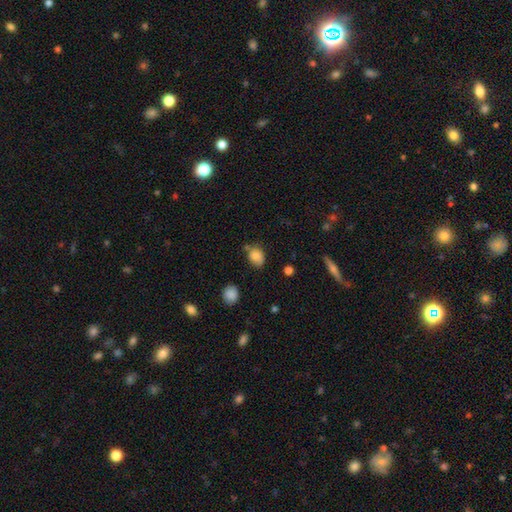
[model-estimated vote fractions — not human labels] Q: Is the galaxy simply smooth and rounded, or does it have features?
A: smooth — 80%.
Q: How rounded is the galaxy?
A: in between — 56%.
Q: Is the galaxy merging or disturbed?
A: none — 64%.